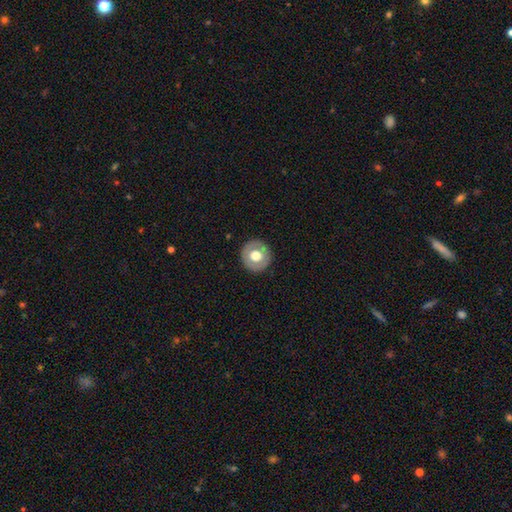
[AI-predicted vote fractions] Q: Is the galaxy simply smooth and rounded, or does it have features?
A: smooth — 59%.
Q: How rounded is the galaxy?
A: round — 93%.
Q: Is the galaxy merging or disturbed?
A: none — 90%.